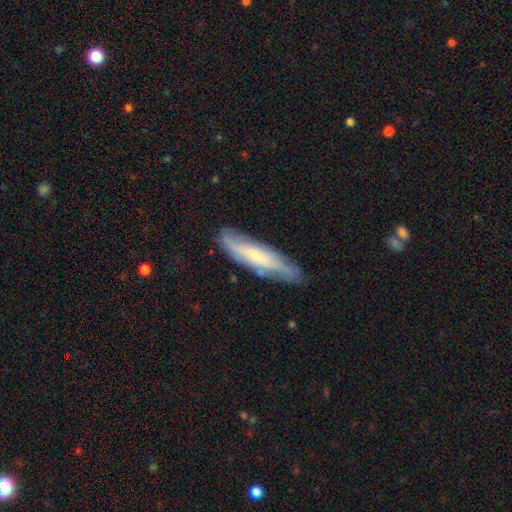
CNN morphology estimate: Smooth or featured: featured or disk — 47% (smooth — 46%)
Merging: none — 73% (minor disturbance — 20%)